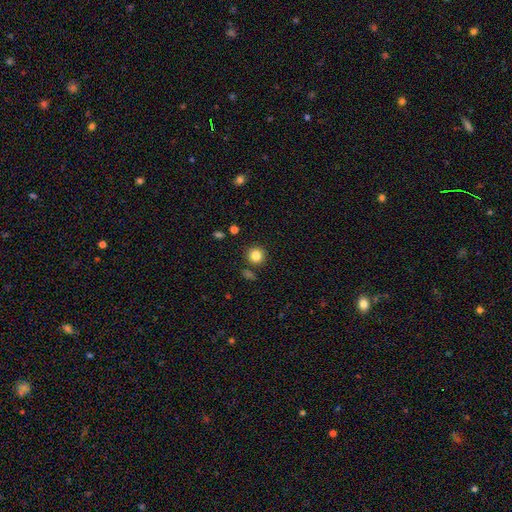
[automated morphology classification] The model was most divided on "smooth or featured": smooth: 84%, star or artifact: 11%, featured or disk: 5%. More confident: how rounded — round (93%); merging — none (86%).